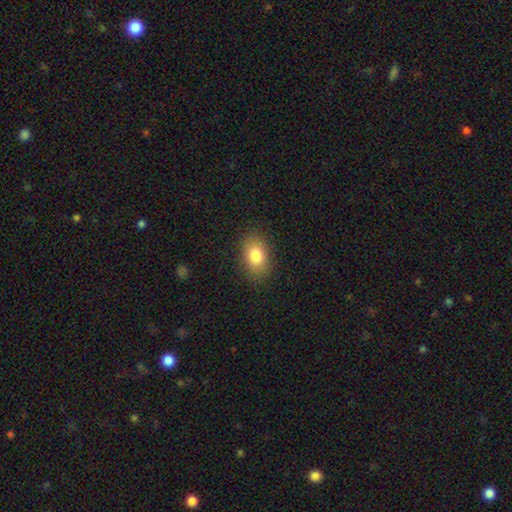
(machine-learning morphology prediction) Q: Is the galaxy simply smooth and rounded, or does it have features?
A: smooth — 83%.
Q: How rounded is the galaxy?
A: in between — 83%.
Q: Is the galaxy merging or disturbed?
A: none — 87%.